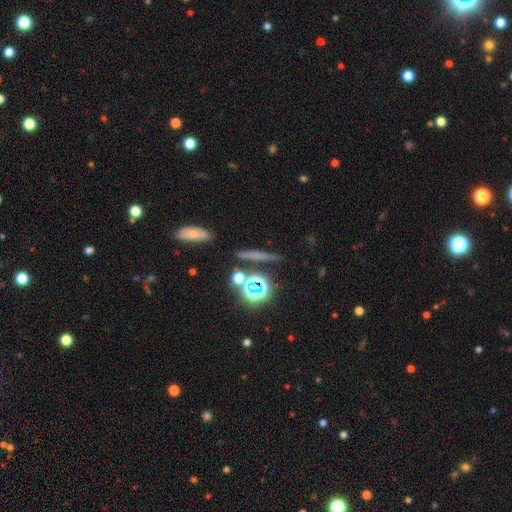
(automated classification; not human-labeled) Smooth or featured? Predicted: smooth (p=0.41). Merging? Predicted: none (p=0.79).